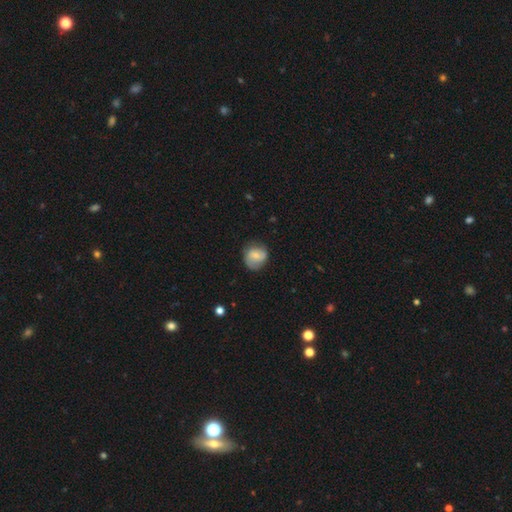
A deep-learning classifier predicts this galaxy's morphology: smooth-or-featured: smooth: 65% | featured or disk: 28% | star or artifact: 7%
  how-rounded: round: 74% | in between: 25% | cigar-shaped: 1%
  merging: none: 68% | minor disturbance: 24% | major disturbance: 7% | merger: 1%